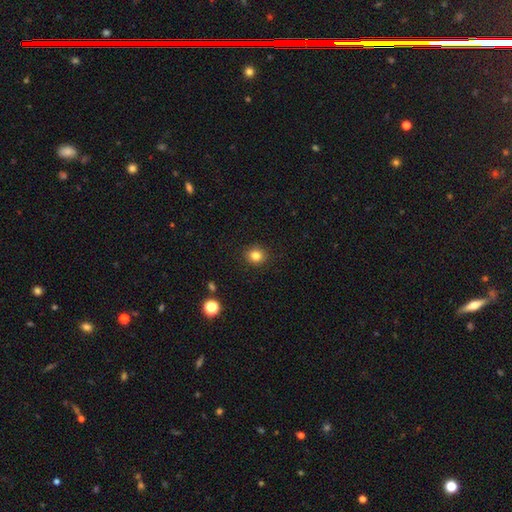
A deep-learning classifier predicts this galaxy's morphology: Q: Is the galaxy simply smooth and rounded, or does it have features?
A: smooth — 82%.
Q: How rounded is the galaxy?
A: round — 83%.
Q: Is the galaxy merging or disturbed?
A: none — 91%.